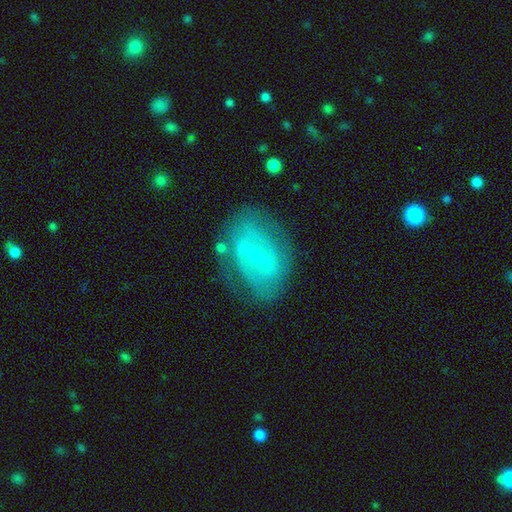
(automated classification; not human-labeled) This appears to be a featured or disk galaxy (72%) with a weak bar (44%), spiral arms (65%) and a small central bulge (76%). Merging: none (68%).